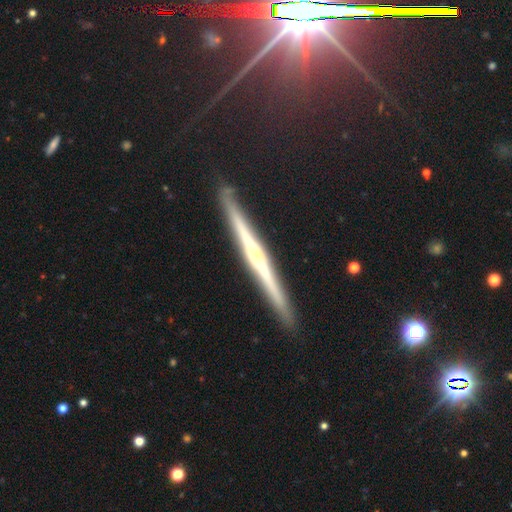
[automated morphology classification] A featured or disk galaxy (78%) viewed edge-on (98%) with a rounded central bulge (54%).

Vote fractions:
- Smooth or featured? featured or disk: 78% / smooth: 15% / star or artifact: 7%
- Edge-on disk? yes: 98% / no: 2%
- Edge-on bulge? rounded: 54% / none: 37% / boxy: 10%
- Merging? none: 91% / minor disturbance: 7% / major disturbance: 1% / merger: 1%